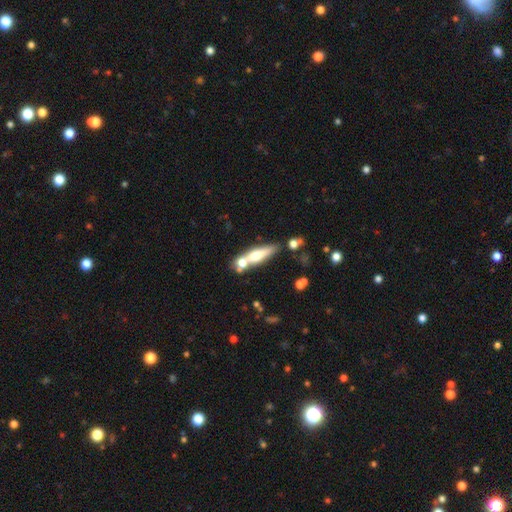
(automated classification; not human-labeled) smooth_or_featured: smooth (p=0.47) [alt: featured or disk p=0.44]
merging: none (p=0.53) [alt: merger p=0.29]